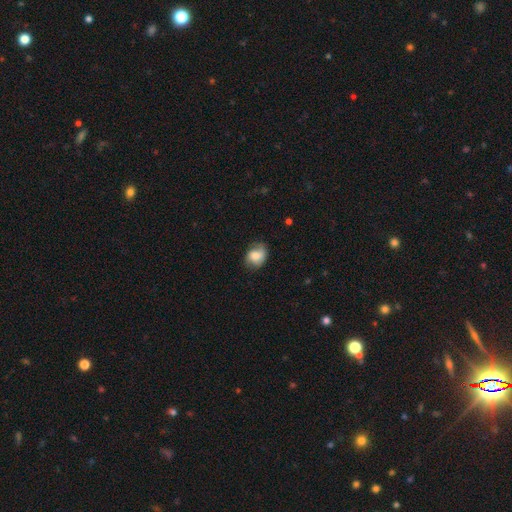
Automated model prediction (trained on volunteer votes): Smooth or featured?
  - smooth: 65% *
  - featured or disk: 26%
  - star or artifact: 8%
How rounded?
  - round: 52% *
  - in between: 47%
  - cigar-shaped: 1%
Merging?
  - none: 63% *
  - minor disturbance: 28%
  - major disturbance: 8%
  - merger: 1%